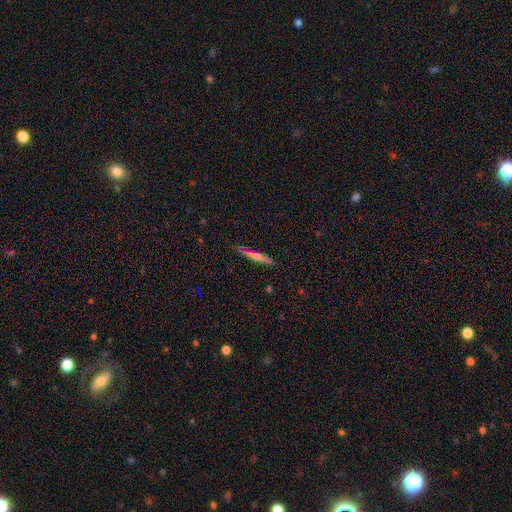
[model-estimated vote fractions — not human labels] smooth 59%, featured or disk 34%, star or artifact 6%. Down the decision tree: how rounded — cigar-shaped (94%); merging — none (88%).